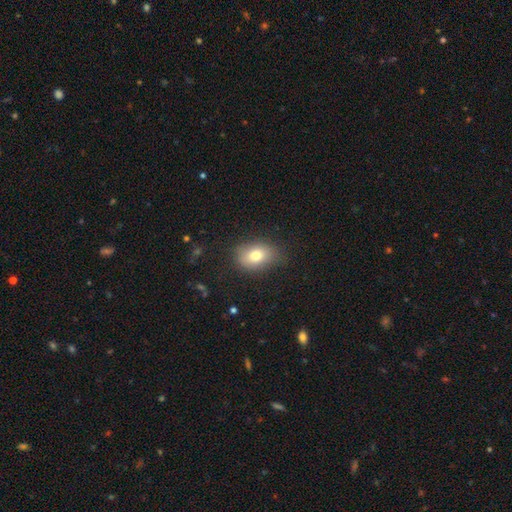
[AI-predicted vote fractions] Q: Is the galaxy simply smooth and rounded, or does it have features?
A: smooth — 76%.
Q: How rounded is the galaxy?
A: in between — 76%.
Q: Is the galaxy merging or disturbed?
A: none — 77%.